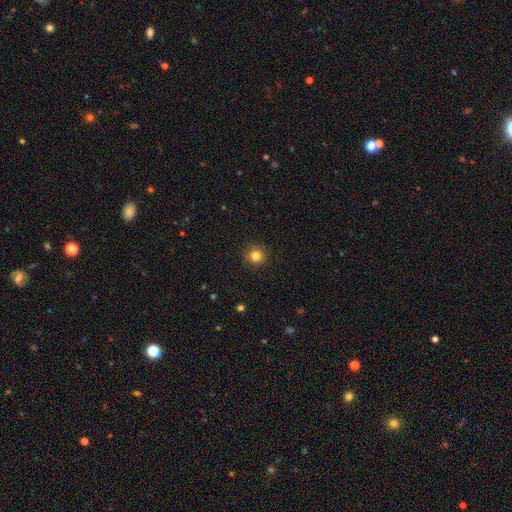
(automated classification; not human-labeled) Q: Smooth or featured?
A: smooth (82%); runner-up: star or artifact (13%)
Q: How rounded?
A: round (94%); runner-up: in between (5%)
Q: Merging?
A: none (92%); runner-up: minor disturbance (6%)